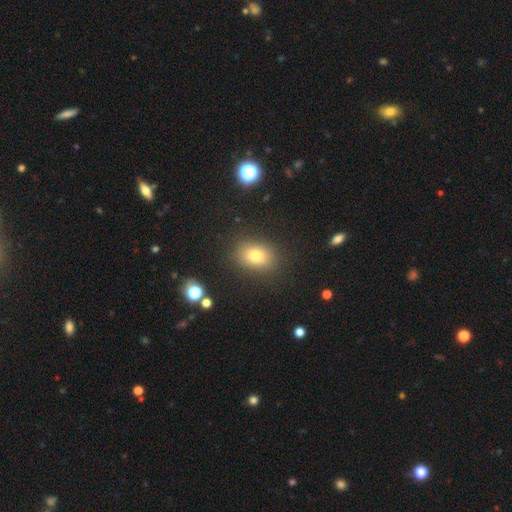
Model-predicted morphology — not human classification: smooth_or_featured: smooth (p=0.78) [alt: star or artifact p=0.13]
how_rounded: in between (p=0.68) [alt: round p=0.31]
merging: none (p=0.85) [alt: minor disturbance p=0.10]